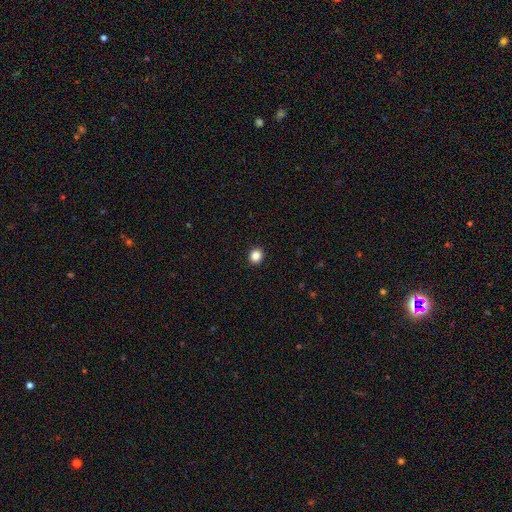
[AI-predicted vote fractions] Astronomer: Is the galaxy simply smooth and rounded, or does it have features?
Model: smooth — 86%.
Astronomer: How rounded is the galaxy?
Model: round — 86%.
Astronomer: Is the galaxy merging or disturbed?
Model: none — 93%.